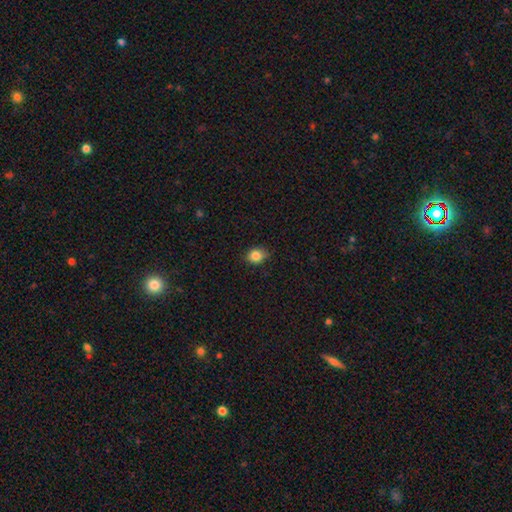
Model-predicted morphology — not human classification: smooth_or_featured: smooth (p=0.85) [alt: star or artifact p=0.11]
how_rounded: round (p=0.63) [alt: in between p=0.36]
merging: none (p=0.82) [alt: minor disturbance p=0.15]